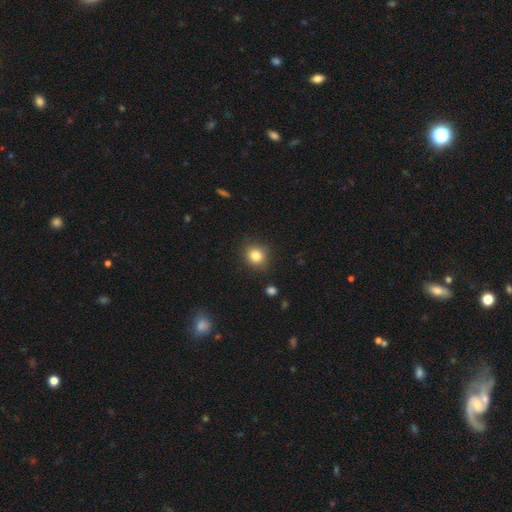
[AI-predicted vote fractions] smooth 83%, star or artifact 11%, featured or disk 6%. Down the decision tree: how rounded — round (80%); merging — none (84%).